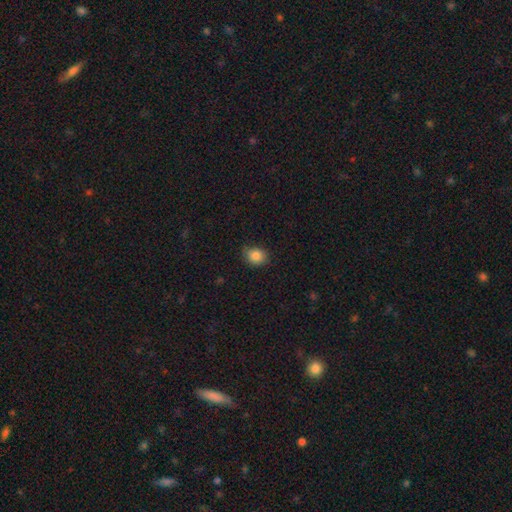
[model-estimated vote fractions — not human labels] The model was most divided on "how rounded": round: 59%, in between: 40%, cigar-shaped: 1%. More confident: smooth or featured — smooth (85%); merging — none (76%).